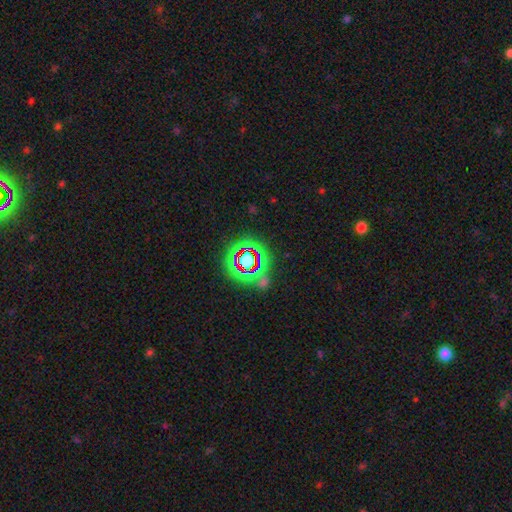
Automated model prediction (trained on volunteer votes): A star or artifact, not a galaxy (73%).

Vote fractions:
- Smooth or featured? star or artifact: 73% / smooth: 14% / featured or disk: 12%